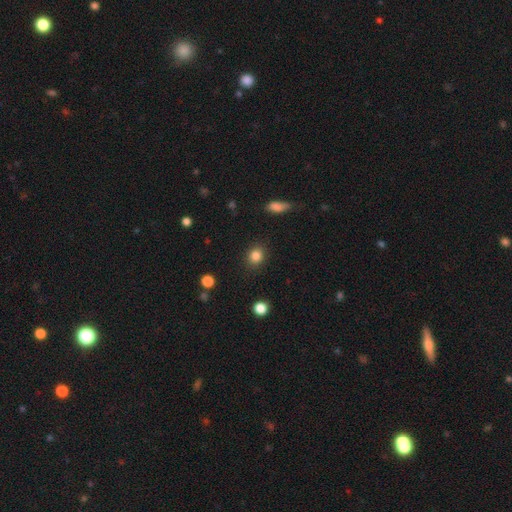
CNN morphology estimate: The model was most divided on "how rounded": round: 72%, in between: 27%, cigar-shaped: 1%. More confident: merging — none (88%); smooth or featured — smooth (85%).